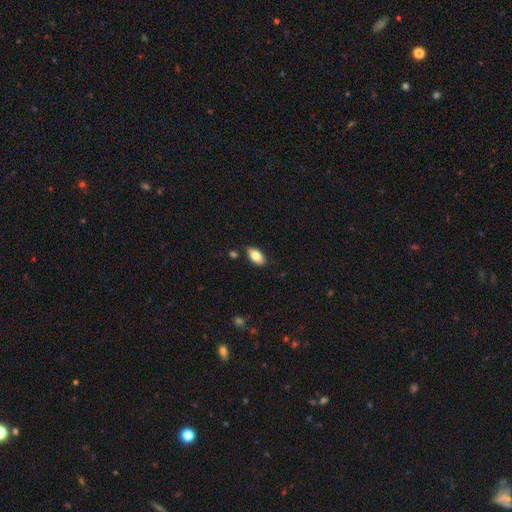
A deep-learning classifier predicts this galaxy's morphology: Smooth or featured?
  - smooth: 79% *
  - featured or disk: 14%
  - star or artifact: 7%
How rounded?
  - in between: 93% *
  - cigar-shaped: 4%
  - round: 3%
Merging?
  - none: 85% *
  - minor disturbance: 11%
  - major disturbance: 2%
  - merger: 2%